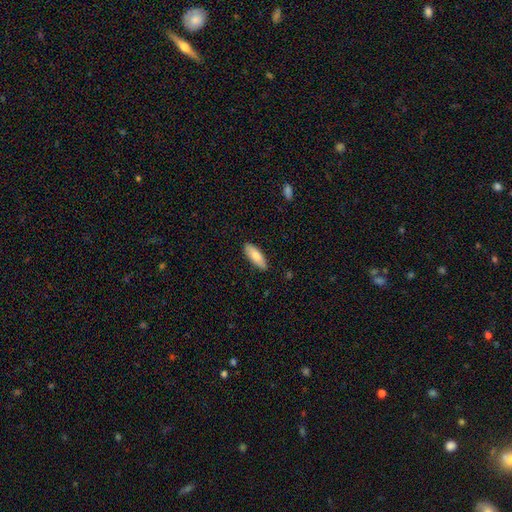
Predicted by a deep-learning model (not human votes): The model was most divided on "how rounded": in between: 69%, cigar-shaped: 29%, round: 2%. More confident: merging — none (87%); smooth or featured — smooth (82%).